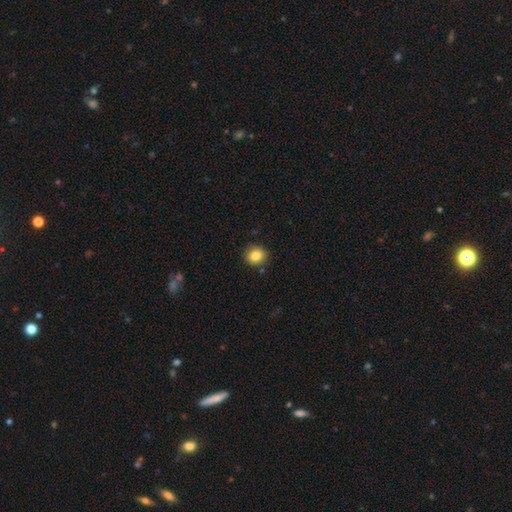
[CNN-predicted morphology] A smooth galaxy with no disk features (85%) that is round (81%).

Vote fractions:
- Smooth or featured? smooth: 85% / star or artifact: 10% / featured or disk: 5%
- How rounded? round: 81% / in between: 18% / cigar-shaped: 1%
- Merging? none: 88% / minor disturbance: 8% / merger: 2% / major disturbance: 2%